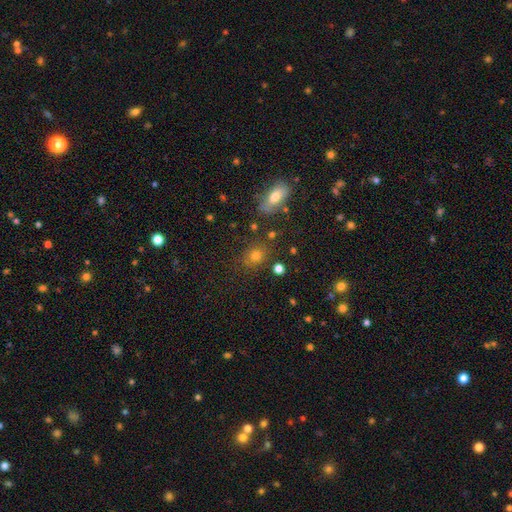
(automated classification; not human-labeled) Smooth or featured?
  - smooth: 71% *
  - star or artifact: 19%
  - featured or disk: 10%
How rounded?
  - round: 55% *
  - in between: 42%
  - cigar-shaped: 2%
Merging?
  - none: 79% *
  - minor disturbance: 12%
  - merger: 5%
  - major disturbance: 4%